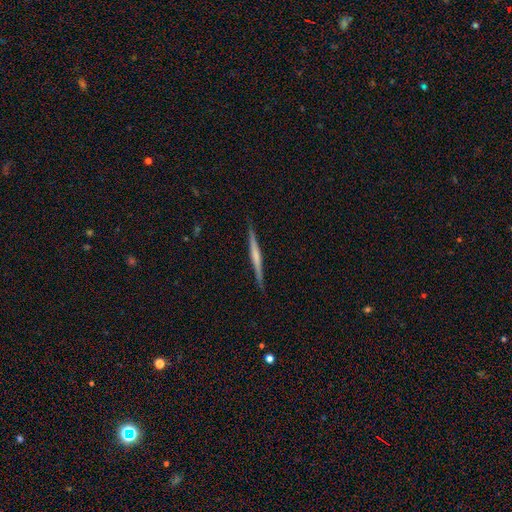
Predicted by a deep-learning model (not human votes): Morphology: type=featured or disk (63%); edge-on=yes (98%); edge-on bulge=none (57%); merging=none (91%).